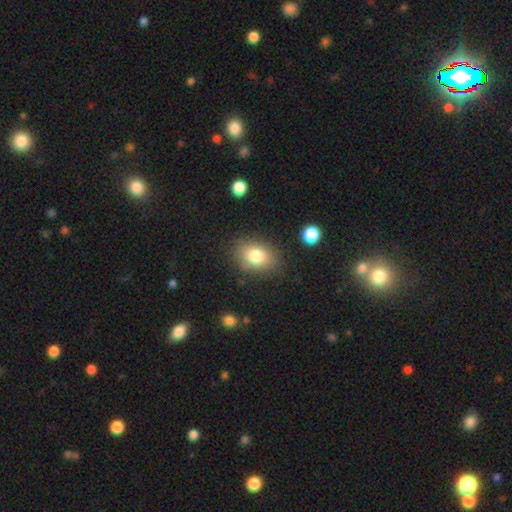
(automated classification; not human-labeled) Smooth or featured? Predicted: smooth (p=0.80). How rounded? Predicted: in between (p=0.71). Merging? Predicted: none (p=0.80).